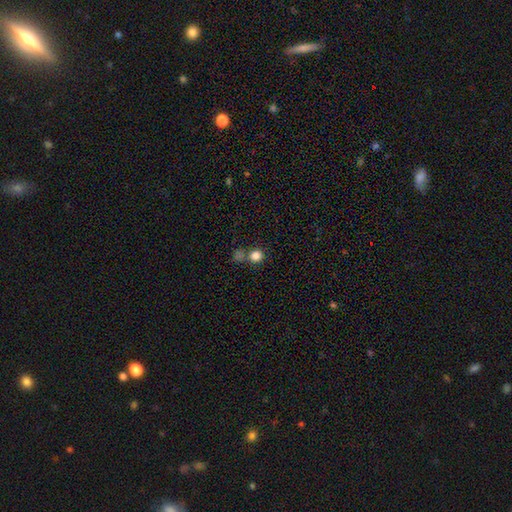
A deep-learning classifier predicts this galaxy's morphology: smooth_or_featured: smooth (p=0.82) [alt: star or artifact p=0.13]
how_rounded: round (p=0.87) [alt: in between p=0.12]
merging: none (p=0.66) [alt: merger p=0.20]